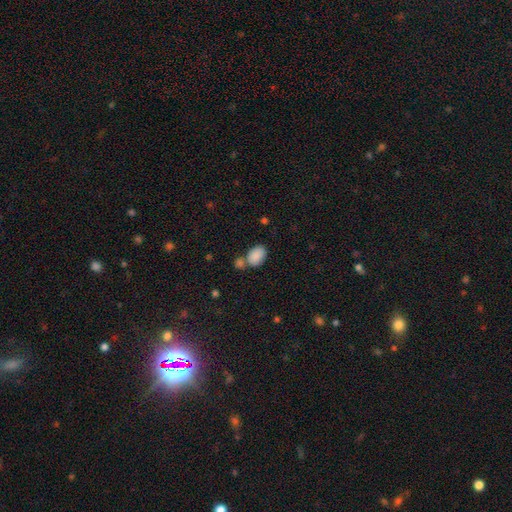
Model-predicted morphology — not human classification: A smooth galaxy with no disk features (88%) that is in between round and cigar-shaped (89%).

Vote fractions:
- Smooth or featured? smooth: 88% / star or artifact: 7% / featured or disk: 5%
- How rounded? in between: 89% / round: 10% / cigar-shaped: 1%
- Merging? none: 54% / merger: 28% / minor disturbance: 14% / major disturbance: 5%